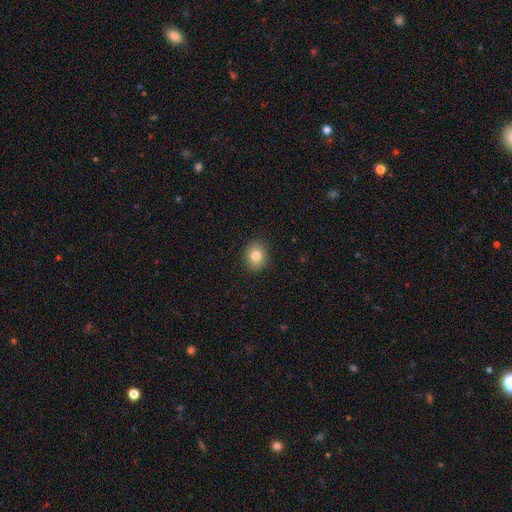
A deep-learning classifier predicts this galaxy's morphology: smooth 82%, star or artifact 10%, featured or disk 8%. Down the decision tree: how rounded — round (69%); merging — none (90%).